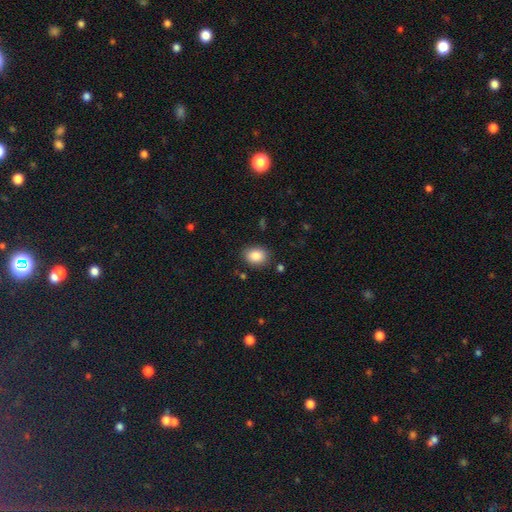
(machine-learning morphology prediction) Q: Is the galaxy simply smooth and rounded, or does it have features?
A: smooth — 87%.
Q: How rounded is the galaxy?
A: in between — 62%.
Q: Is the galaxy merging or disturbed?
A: none — 84%.